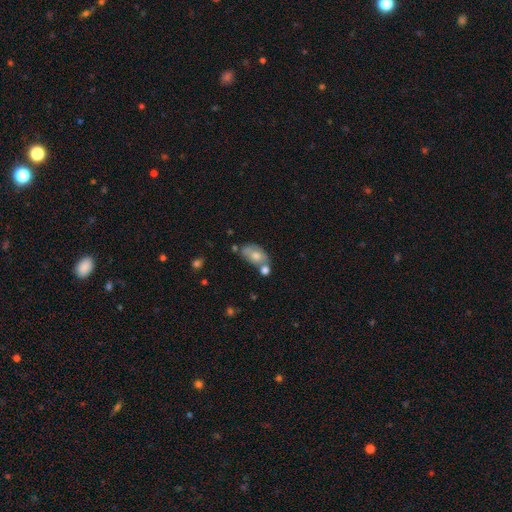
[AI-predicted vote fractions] Morphology: type=smooth (58%); roundness=in between (87%); merging=merger (36%).